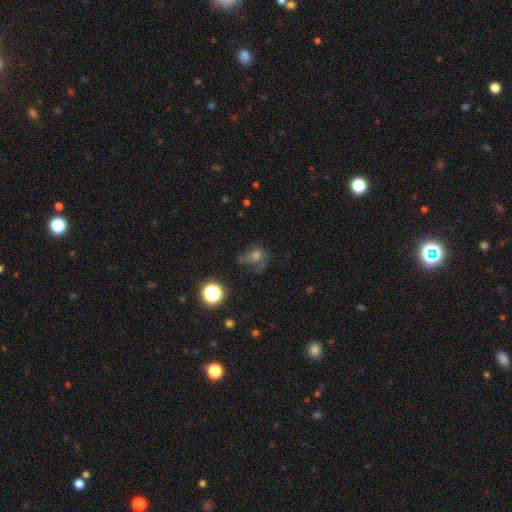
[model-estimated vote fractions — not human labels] Q: Smooth or featured?
A: smooth (38%); runner-up: featured or disk (32%)
Q: Merging?
A: none (42%); runner-up: major disturbance (32%)